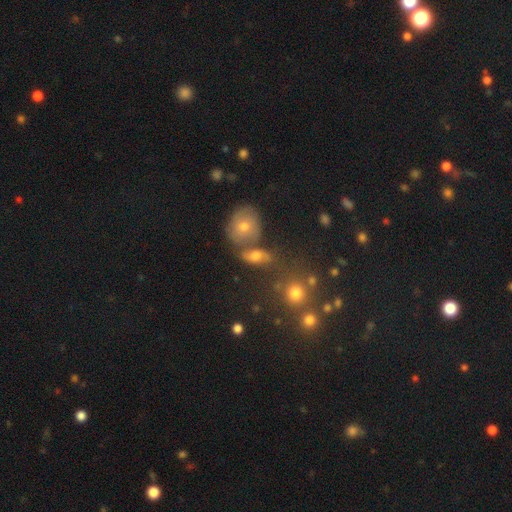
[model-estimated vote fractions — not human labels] Q: Smooth or featured?
A: smooth (63%); runner-up: featured or disk (23%)
Q: How rounded?
A: in between (68%); runner-up: round (27%)
Q: Merging?
A: none (43%); runner-up: merger (29%)